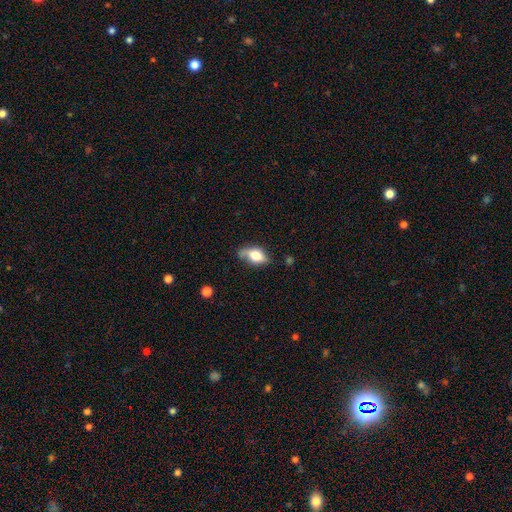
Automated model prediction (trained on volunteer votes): Smooth or featured?
  - smooth: 65% *
  - featured or disk: 27%
  - star or artifact: 8%
How rounded?
  - in between: 84% *
  - round: 9%
  - cigar-shaped: 7%
Merging?
  - none: 47% *
  - minor disturbance: 35%
  - major disturbance: 14%
  - merger: 5%